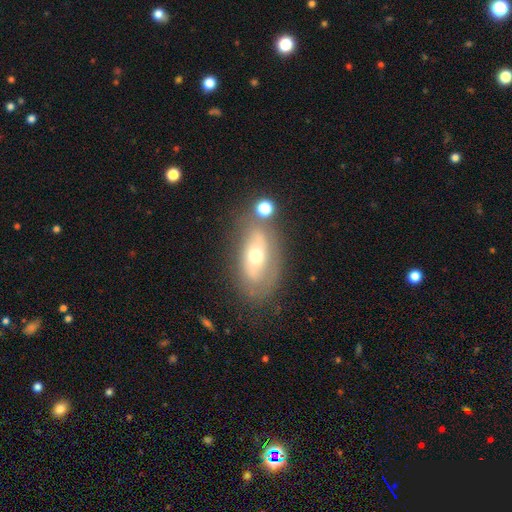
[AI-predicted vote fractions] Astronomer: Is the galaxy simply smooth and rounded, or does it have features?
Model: featured or disk — 58%.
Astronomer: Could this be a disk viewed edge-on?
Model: no — 86%.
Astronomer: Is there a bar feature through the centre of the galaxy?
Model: no — 73%.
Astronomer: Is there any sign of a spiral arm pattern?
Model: no — 62% (runner-up: yes, 38%).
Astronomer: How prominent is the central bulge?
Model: moderate — 64%.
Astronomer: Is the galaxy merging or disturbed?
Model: none — 62%.